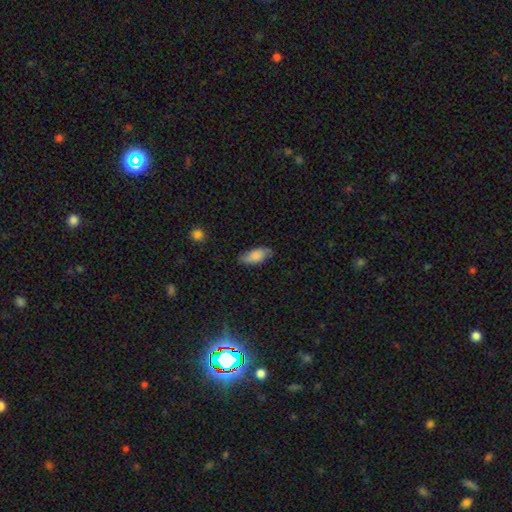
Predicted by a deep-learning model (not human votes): This is likely a smooth galaxy (73%). How rounded: clearly in between (85%). Merging: likely none (76%).